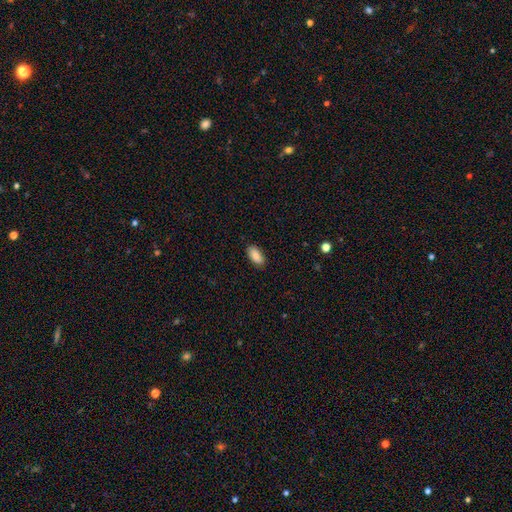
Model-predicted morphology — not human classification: A smooth galaxy with no disk features (88%) that is in between round and cigar-shaped (92%). Merging: none (88%).